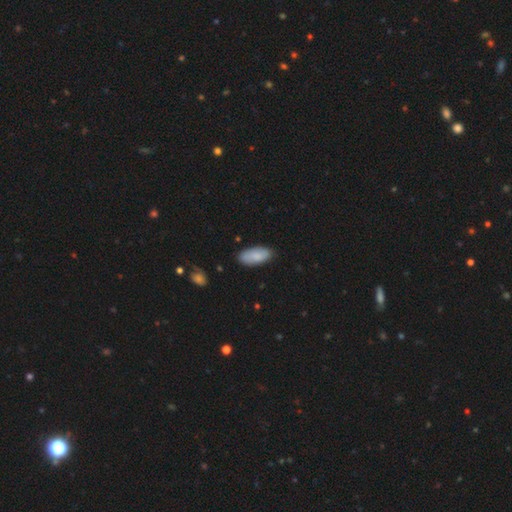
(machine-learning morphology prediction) A smooth galaxy with no disk features (83%) that is in between round and cigar-shaped (90%).

Vote fractions:
- Smooth or featured? smooth: 83% / featured or disk: 11% / star or artifact: 6%
- How rounded? in between: 90% / cigar-shaped: 8% / round: 2%
- Merging? none: 82% / minor disturbance: 14% / major disturbance: 2% / merger: 2%